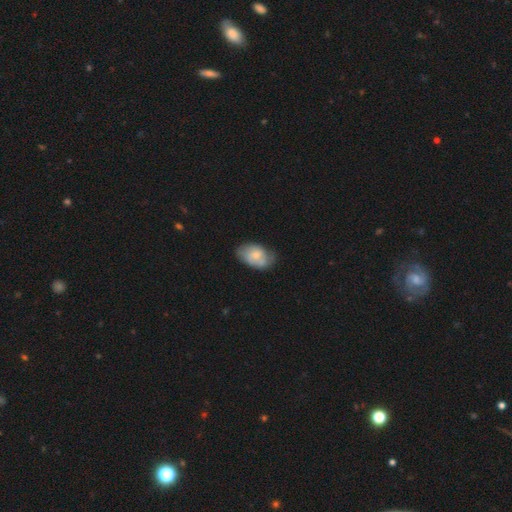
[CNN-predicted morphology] type=smooth (60%); roundness=in between (89%); merging=none (54%).